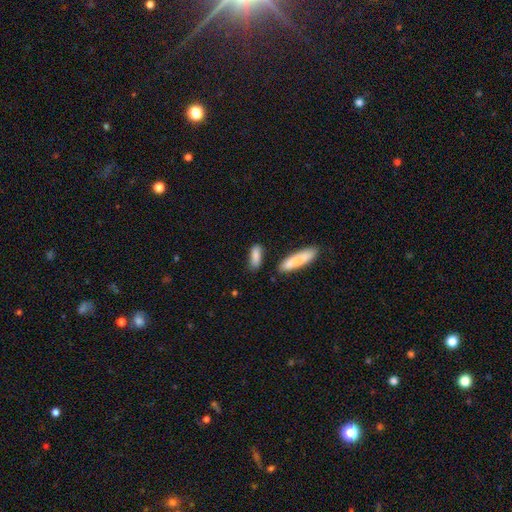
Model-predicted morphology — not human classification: Smooth or featured? smooth (85%)
How rounded? in between (53%)
Merging? none (75%)